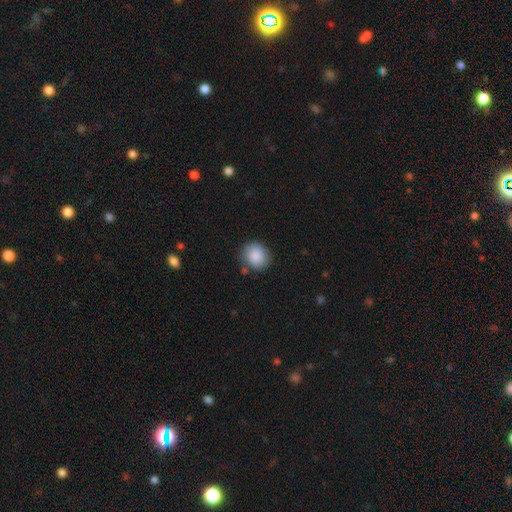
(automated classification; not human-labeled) Smooth or featured? smooth (88%)
How rounded? round (80%)
Merging? none (78%)